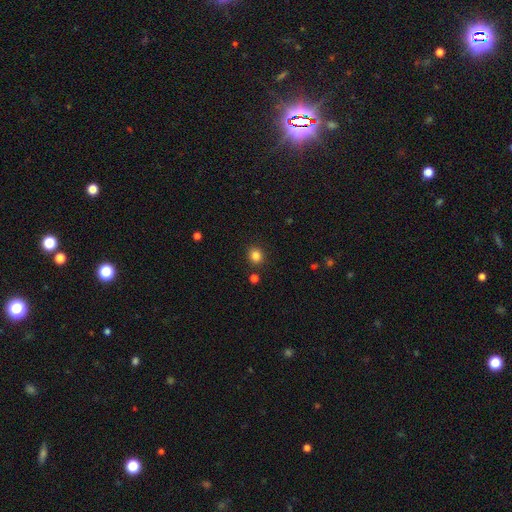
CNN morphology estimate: This is clearly a smooth galaxy (83%). How rounded: likely round (80%). Merging: clearly none (87%).